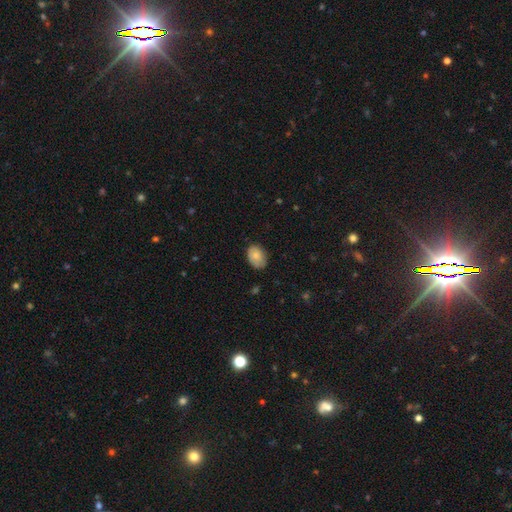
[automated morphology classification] This is clearly a smooth galaxy (81%). How rounded: clearly in between (82%). Merging: likely none (76%).